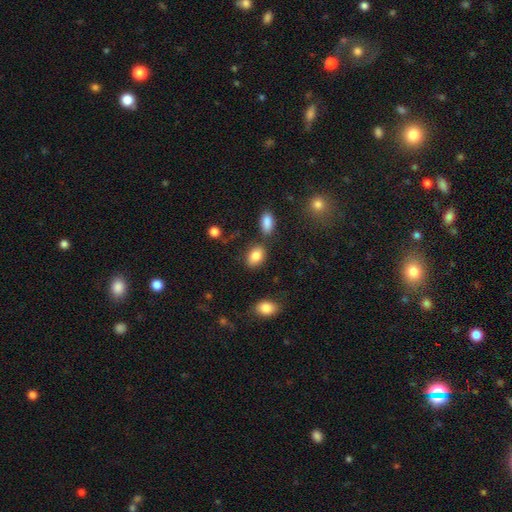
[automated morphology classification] A smooth galaxy with no disk features (85%) that is in between round and cigar-shaped (87%).

Vote fractions:
- Smooth or featured? smooth: 85% / star or artifact: 8% / featured or disk: 7%
- How rounded? in between: 87% / round: 11% / cigar-shaped: 2%
- Merging? none: 74% / minor disturbance: 13% / merger: 9% / major disturbance: 4%